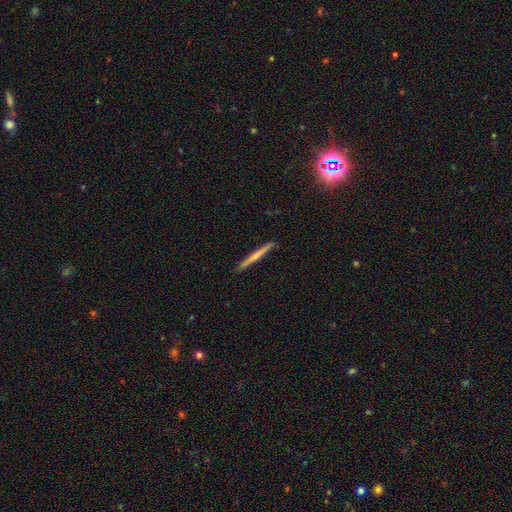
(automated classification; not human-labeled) Smooth or featured? smooth (49%)
Merging? none (92%)